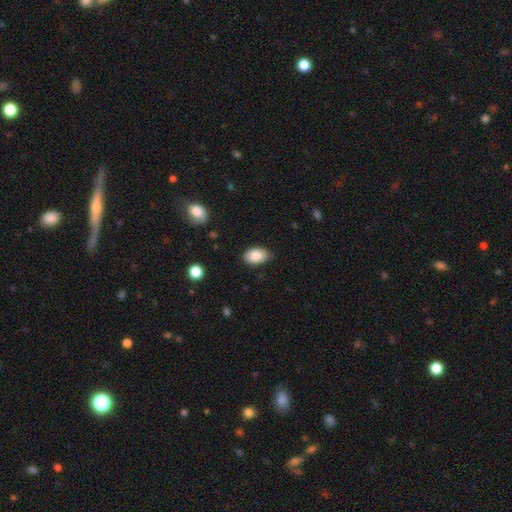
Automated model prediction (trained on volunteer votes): Smooth or featured: smooth — 87% (star or artifact — 7%)
How rounded: in between — 91% (round — 8%)
Merging: none — 80% (minor disturbance — 16%)